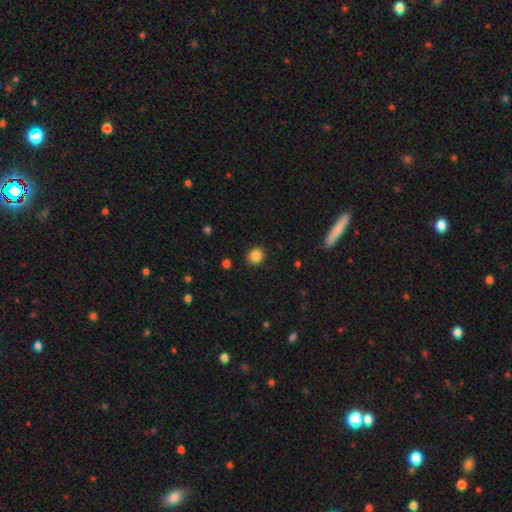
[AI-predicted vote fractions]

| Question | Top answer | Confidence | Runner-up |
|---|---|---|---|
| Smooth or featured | smooth | 86% | star or artifact (10%) |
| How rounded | round | 76% | in between (23%) |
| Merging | none | 89% | minor disturbance (8%) |